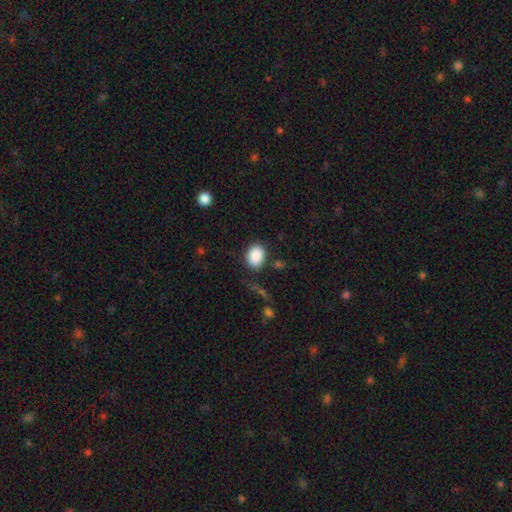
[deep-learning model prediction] This appears to be a smooth galaxy with no disk features (89%) that is in between round and cigar-shaped (65%). Merging: none (81%).